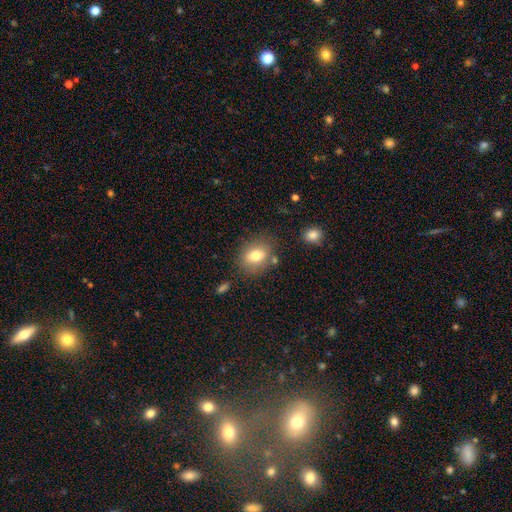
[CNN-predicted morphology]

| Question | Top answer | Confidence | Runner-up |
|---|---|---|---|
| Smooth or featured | smooth | 76% | featured or disk (15%) |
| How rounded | in between | 60% | round (38%) |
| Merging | none | 75% | minor disturbance (14%) |